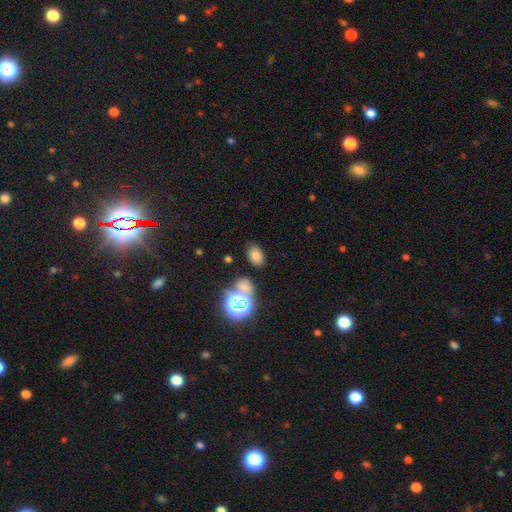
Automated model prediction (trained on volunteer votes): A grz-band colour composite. It shows a smooth galaxy with no disk features (73%) that is in between round and cigar-shaped (84%). Merging: none (76%).